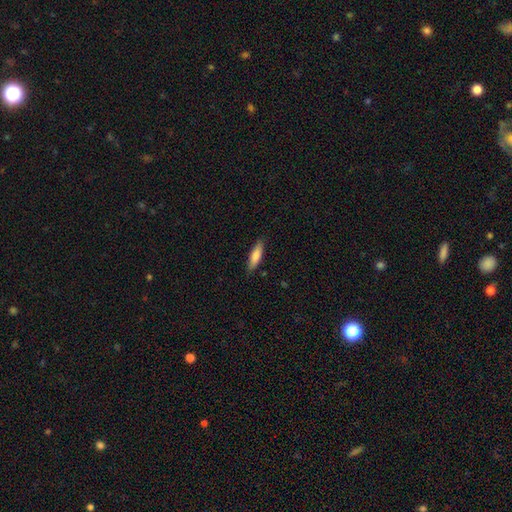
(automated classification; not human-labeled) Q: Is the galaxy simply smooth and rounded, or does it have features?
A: smooth — 80%.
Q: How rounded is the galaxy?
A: cigar-shaped — 59%.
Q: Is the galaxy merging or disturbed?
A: none — 85%.